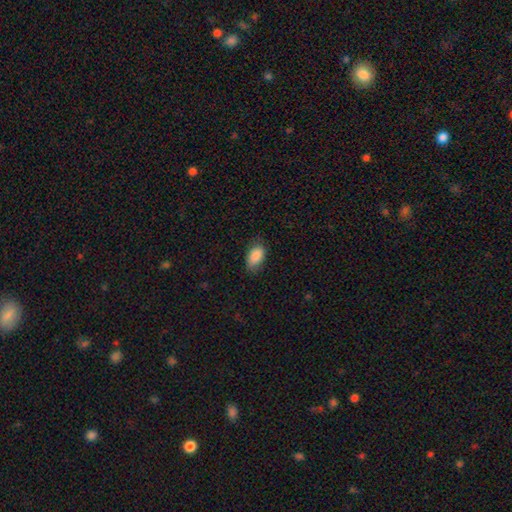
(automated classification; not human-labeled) Morphology: type=smooth (88%); roundness=in between (92%); merging=none (77%).